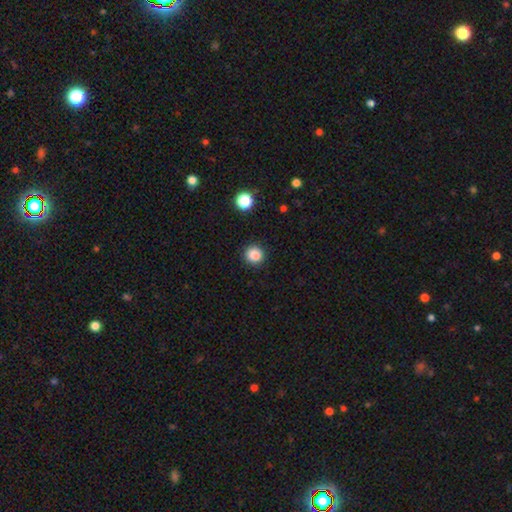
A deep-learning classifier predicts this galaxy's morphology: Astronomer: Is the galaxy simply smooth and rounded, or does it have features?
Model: smooth — 86%.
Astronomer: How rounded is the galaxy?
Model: round — 93%.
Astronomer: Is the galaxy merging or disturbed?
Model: none — 91%.